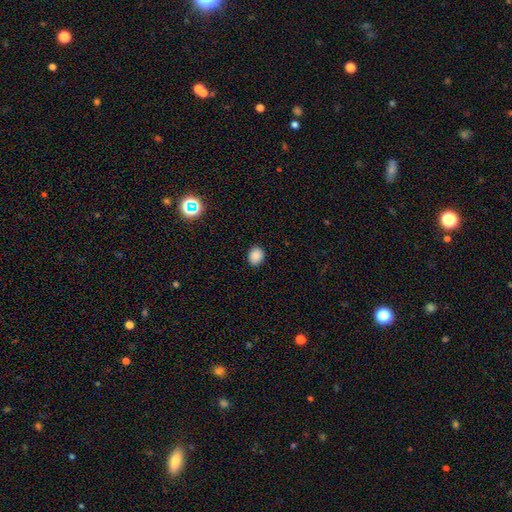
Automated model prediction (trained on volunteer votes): smooth 87%, star or artifact 10%, featured or disk 3%. Down the decision tree: how rounded — round (56%); merging — none (87%).